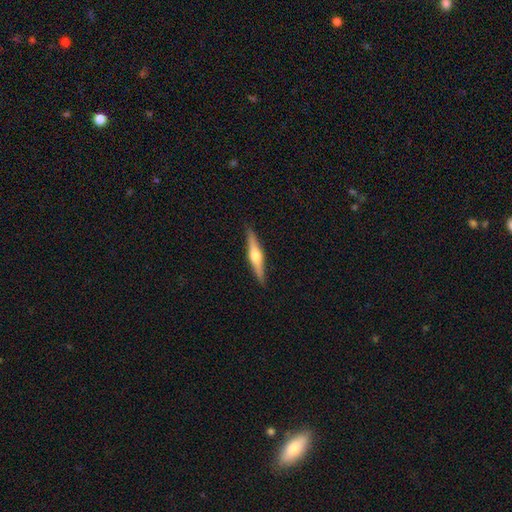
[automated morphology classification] This appears to be a featured or disk galaxy (67%) viewed edge-on (97%) with a rounded central bulge (94%). Merging: none (91%).